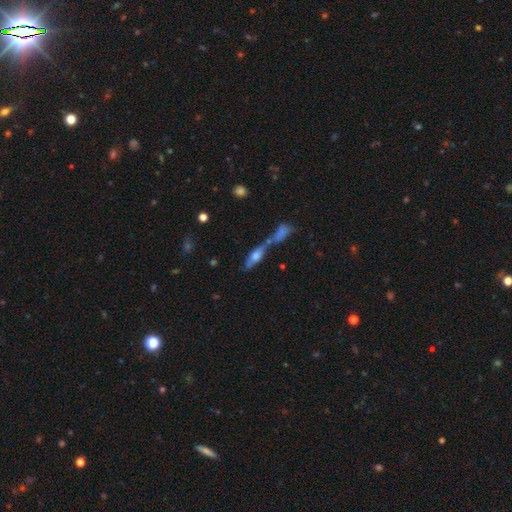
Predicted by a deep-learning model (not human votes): Morphology: type=smooth (49%); merging=merger (43%).